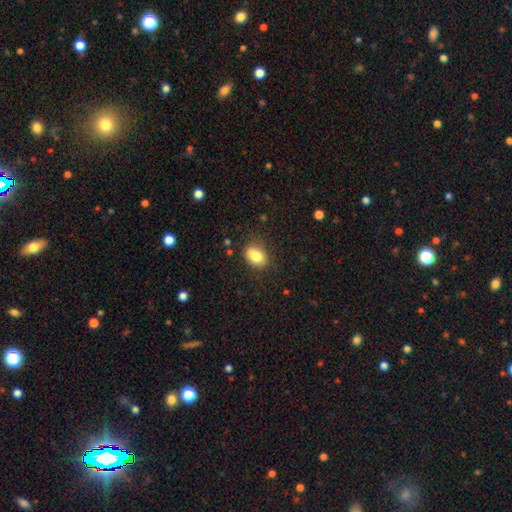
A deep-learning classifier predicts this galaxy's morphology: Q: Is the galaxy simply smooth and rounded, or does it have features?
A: smooth — 85%.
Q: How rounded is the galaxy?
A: in between — 77%.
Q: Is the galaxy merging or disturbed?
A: none — 82%.